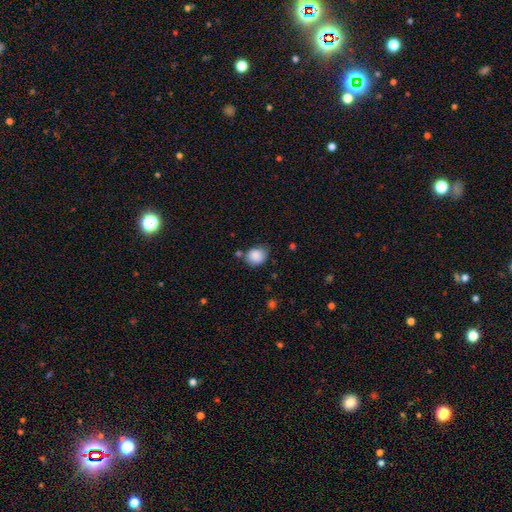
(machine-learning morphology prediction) This is clearly a smooth galaxy (86%). How rounded: likely round (67%). Merging: likely none (65%).